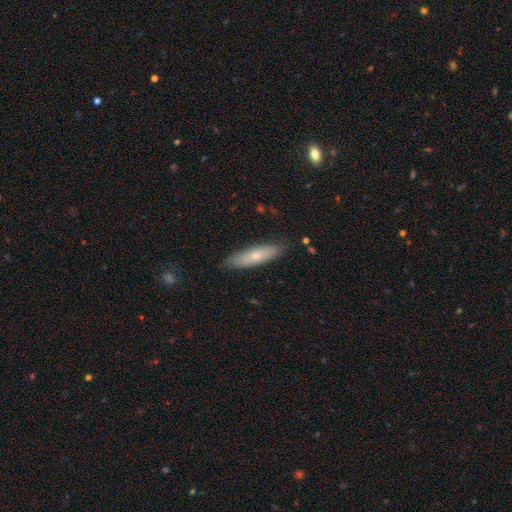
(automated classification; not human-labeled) Smooth or featured: smooth — 67% (featured or disk — 27%)
How rounded: cigar-shaped — 71% (in between — 27%)
Merging: none — 84% (minor disturbance — 13%)